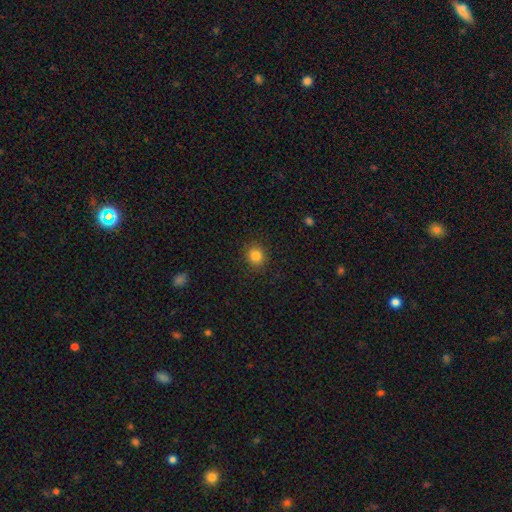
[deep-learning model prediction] A smooth galaxy with no disk features (84%) that is round (82%).

Vote fractions:
- Smooth or featured? smooth: 84% / star or artifact: 11% / featured or disk: 5%
- How rounded? round: 82% / in between: 17% / cigar-shaped: 1%
- Merging? none: 90% / minor disturbance: 7% / major disturbance: 2% / merger: 1%